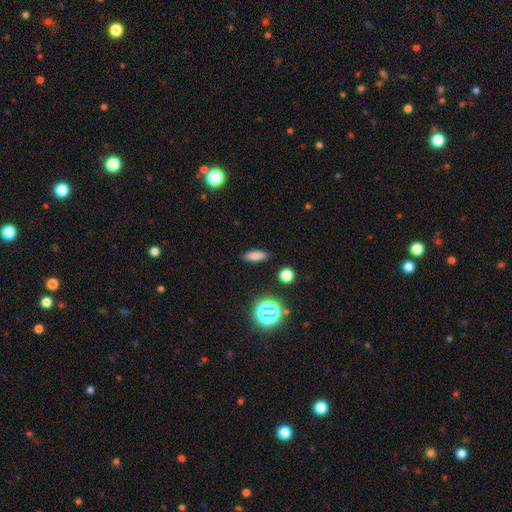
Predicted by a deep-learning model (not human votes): Morphology: type=smooth (79%); roundness=in between (61%); merging=none (88%).